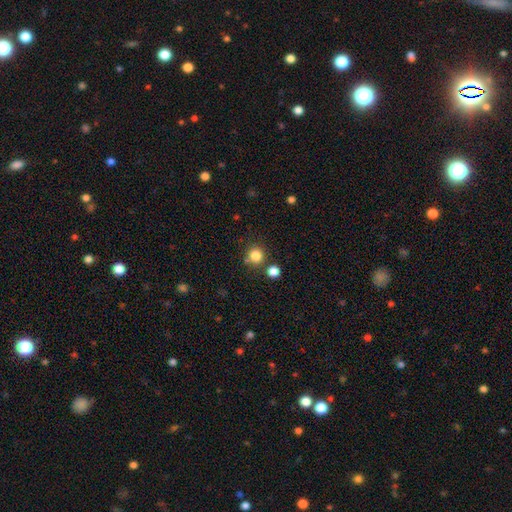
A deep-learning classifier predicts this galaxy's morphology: Overall: smooth (83%). How rounded: round (92%). Merging: none (74%).